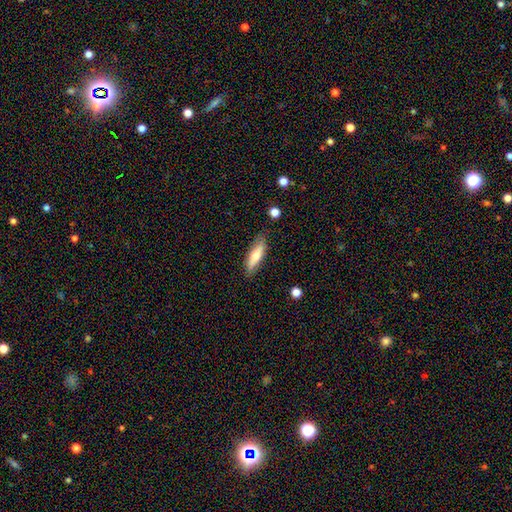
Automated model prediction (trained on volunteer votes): smooth_or_featured: smooth (p=0.65) [alt: featured or disk p=0.29]
how_rounded: cigar-shaped (p=0.59) [alt: in between p=0.39]
merging: none (p=0.80) [alt: minor disturbance p=0.15]